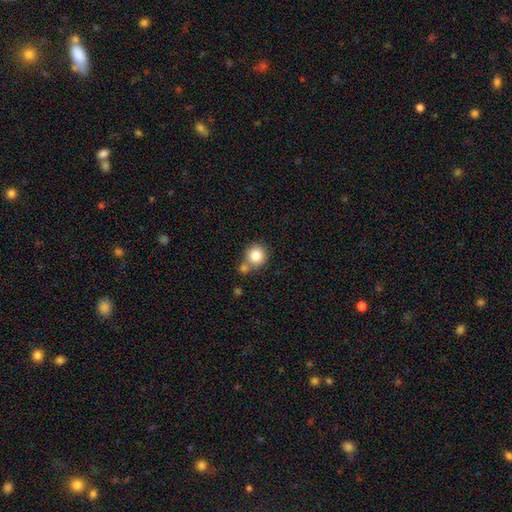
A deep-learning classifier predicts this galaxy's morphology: smooth 83%, star or artifact 9%, featured or disk 8%. Down the decision tree: how rounded — round (87%); merging — none (59%).